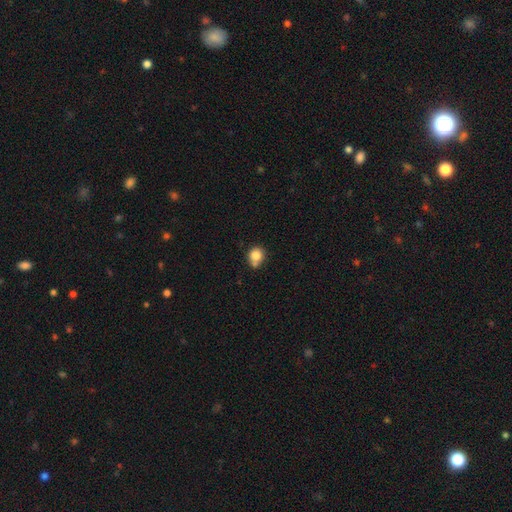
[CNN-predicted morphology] Q: Smooth or featured?
A: smooth (82%); runner-up: star or artifact (10%)
Q: How rounded?
A: round (80%); runner-up: in between (19%)
Q: Merging?
A: none (55%); runner-up: merger (20%)